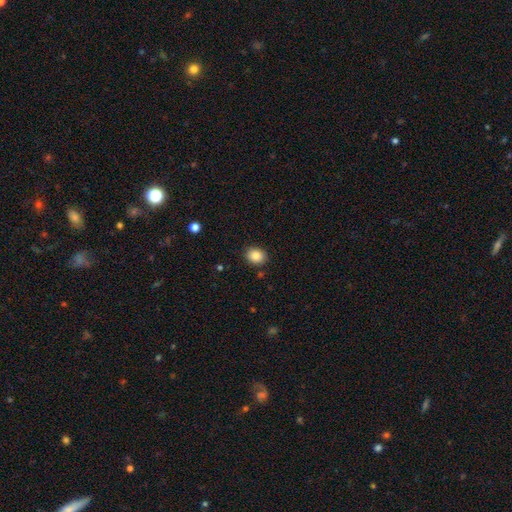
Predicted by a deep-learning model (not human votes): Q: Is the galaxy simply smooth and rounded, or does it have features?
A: smooth — 86%.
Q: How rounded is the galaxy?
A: round — 51%.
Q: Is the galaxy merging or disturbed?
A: none — 88%.